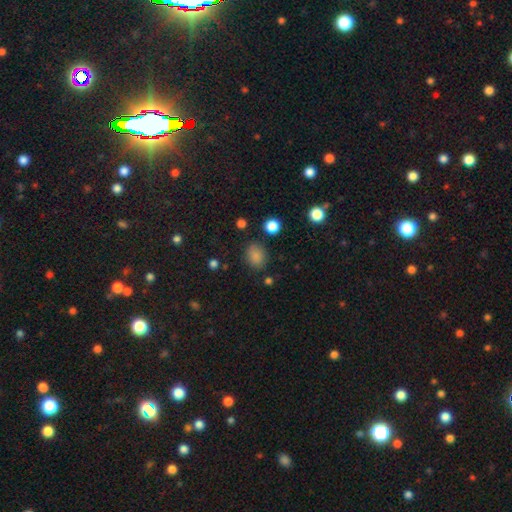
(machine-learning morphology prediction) Smooth or featured? smooth (83%)
How rounded? in between (57%)
Merging? none (80%)